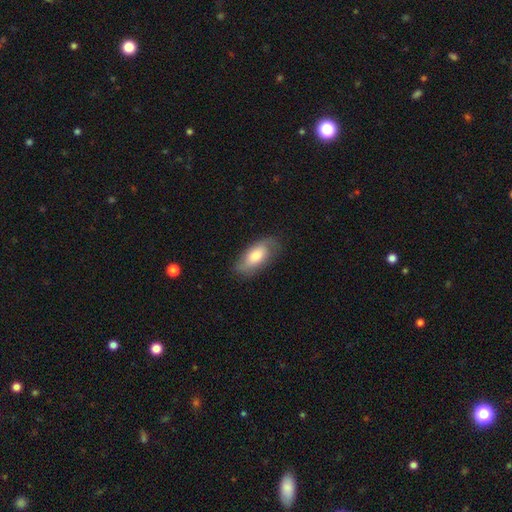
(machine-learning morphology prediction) smooth 72%, featured or disk 22%, star or artifact 6%. Down the decision tree: how rounded — in between (86%); merging — none (74%).